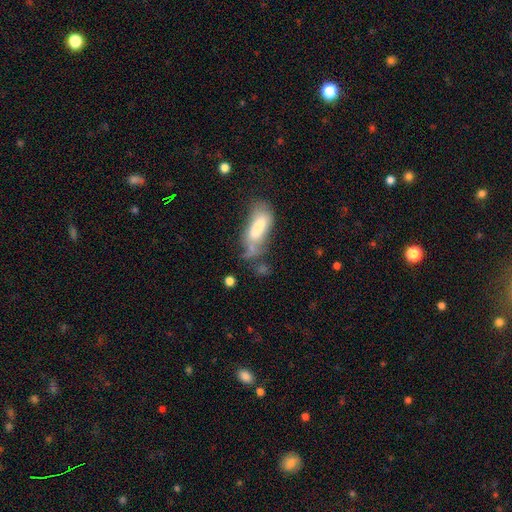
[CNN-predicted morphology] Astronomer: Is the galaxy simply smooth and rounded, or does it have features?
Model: smooth — 57%.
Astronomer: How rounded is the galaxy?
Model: in between — 62%.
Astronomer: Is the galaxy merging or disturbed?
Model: none — 42% (runner-up: minor disturbance, 25%).